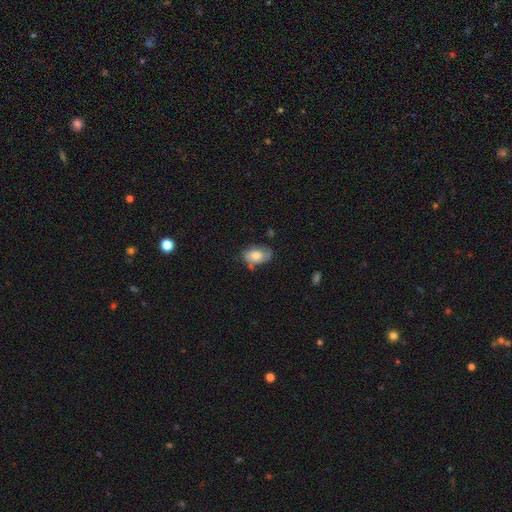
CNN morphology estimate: The model was most divided on "merging": none: 56%, minor disturbance: 29%, major disturbance: 9%, merger: 5%. More confident: how rounded — in between (88%); smooth or featured — smooth (66%).